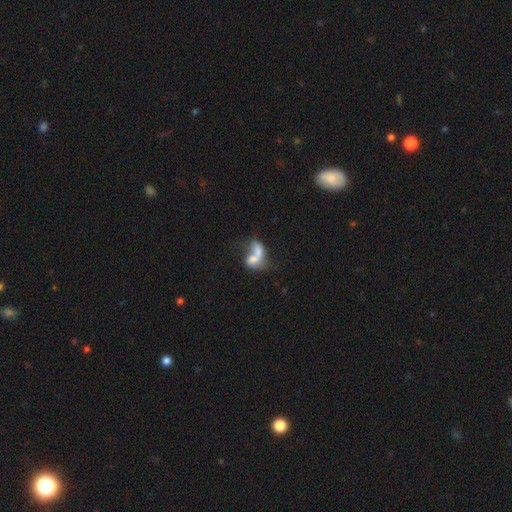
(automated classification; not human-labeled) Smooth or featured? smooth (57%)
How rounded? in between (77%)
Merging? merger (67%)